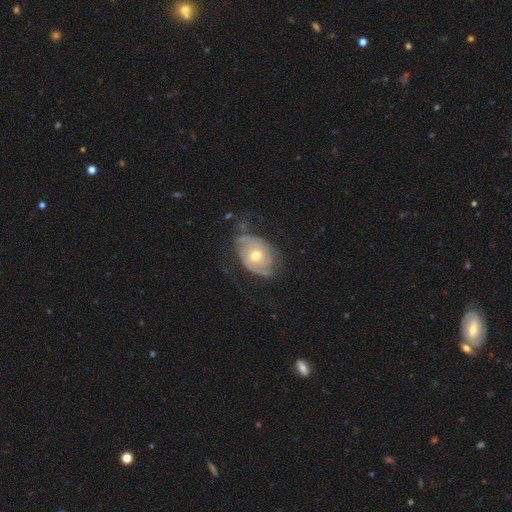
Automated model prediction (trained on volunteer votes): Morphology: type=featured or disk (74%); edge-on=no (95%); bar=no (81%); spiral arms=yes (84%); winding=tight (55%); arm count=2 (48%); bulge=moderate (63%); merging=none (57%).